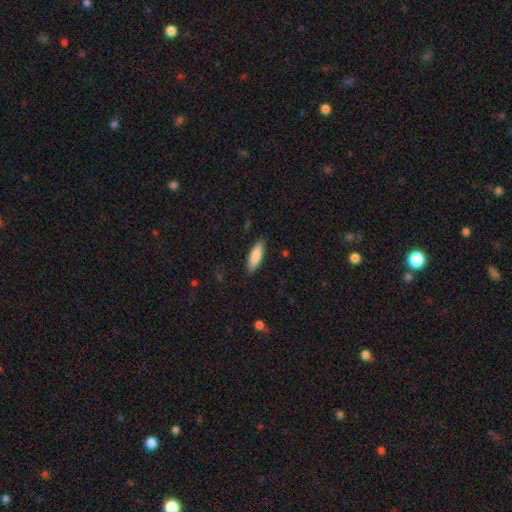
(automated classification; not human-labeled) smooth_or_featured: smooth (p=0.84) [alt: featured or disk p=0.10]
how_rounded: cigar-shaped (p=0.51) [alt: in between p=0.47]
merging: none (p=0.86) [alt: minor disturbance p=0.10]